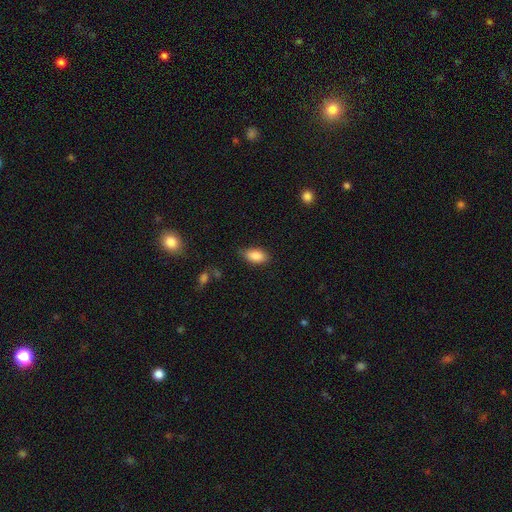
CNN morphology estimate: A smooth galaxy with no disk features (87%) that is in between round and cigar-shaped (91%).

Vote fractions:
- Smooth or featured? smooth: 87% / star or artifact: 7% / featured or disk: 6%
- How rounded? in between: 91% / round: 4% / cigar-shaped: 4%
- Merging? none: 80% / minor disturbance: 15% / major disturbance: 3% / merger: 1%